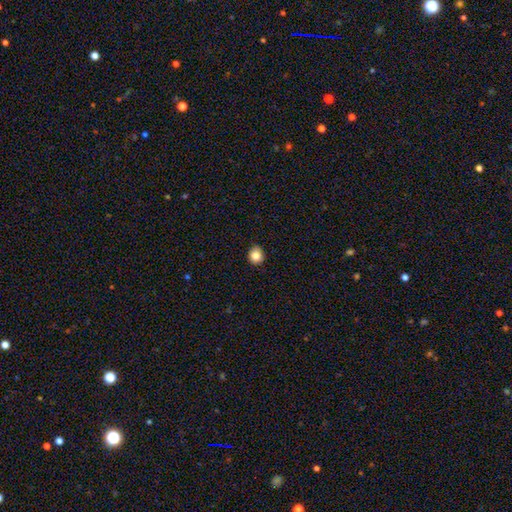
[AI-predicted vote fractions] smooth-or-featured: smooth: 84% | star or artifact: 10% | featured or disk: 6%
  how-rounded: round: 81% | in between: 18% | cigar-shaped: 1%
  merging: none: 88% | minor disturbance: 9% | major disturbance: 2% | merger: 1%